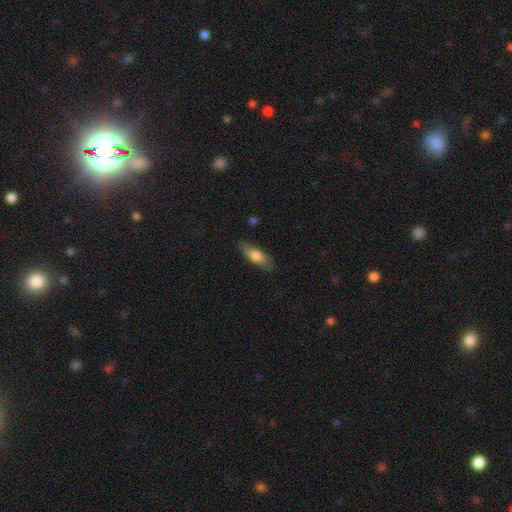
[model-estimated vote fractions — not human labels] Smooth or featured?
  - smooth: 75% *
  - featured or disk: 19%
  - star or artifact: 6%
How rounded?
  - in between: 62% *
  - cigar-shaped: 36%
  - round: 2%
Merging?
  - none: 80% *
  - minor disturbance: 15%
  - major disturbance: 3%
  - merger: 1%